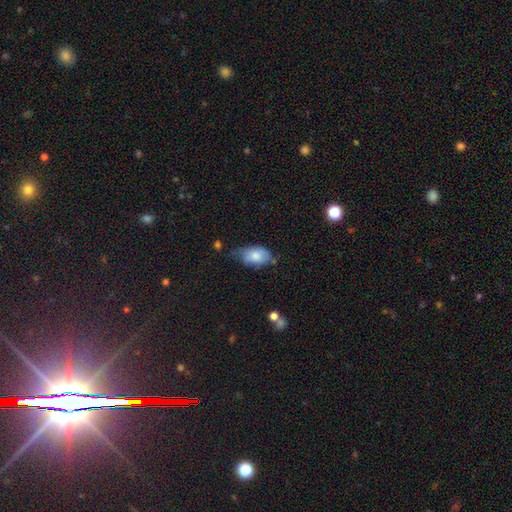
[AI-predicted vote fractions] Smooth or featured? Predicted: smooth (p=0.76). How rounded? Predicted: in between (p=0.92). Merging? Predicted: none (p=0.44).